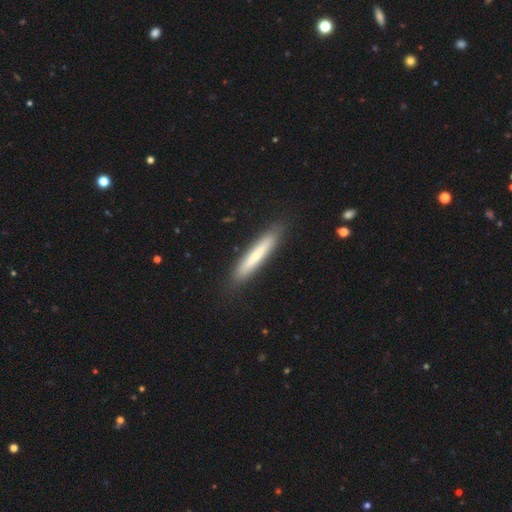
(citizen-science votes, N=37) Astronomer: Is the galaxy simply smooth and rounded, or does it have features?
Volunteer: featured or disk — 62% (runner-up: smooth, 38%).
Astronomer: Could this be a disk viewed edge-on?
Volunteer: yes — 83%.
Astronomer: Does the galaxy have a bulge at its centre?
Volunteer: none — 58% (runner-up: rounded, 37%).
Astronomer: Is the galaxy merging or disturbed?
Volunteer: none — 92%.